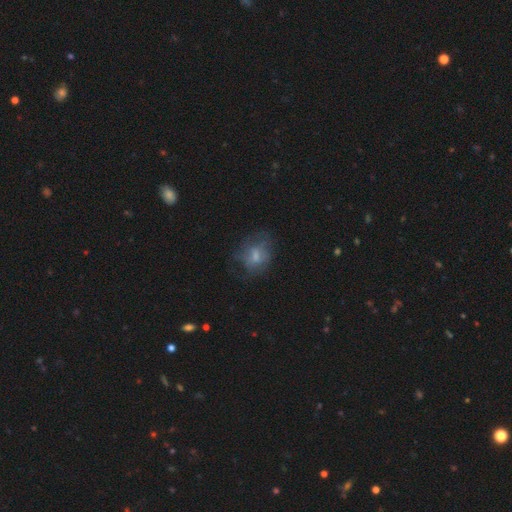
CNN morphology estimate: Smooth or featured? smooth (57%)
How rounded? round (51%)
Merging? none (50%)